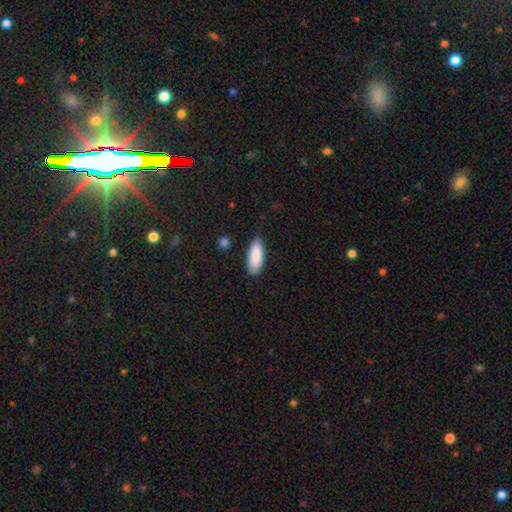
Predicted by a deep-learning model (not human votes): smooth-or-featured: smooth: 86% | featured or disk: 8% | star or artifact: 6%
  how-rounded: in between: 74% | cigar-shaped: 25% | round: 2%
  merging: none: 79% | minor disturbance: 17% | major disturbance: 3% | merger: 2%